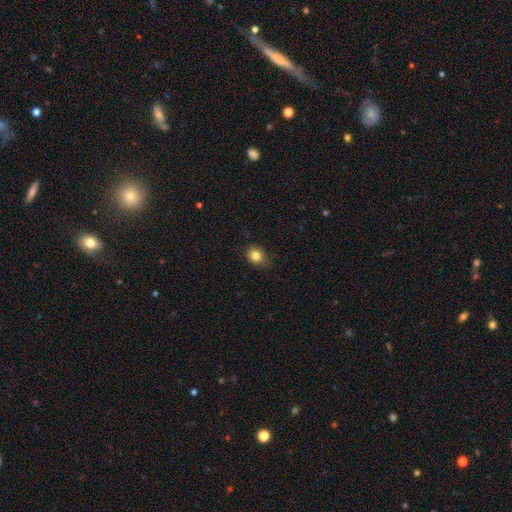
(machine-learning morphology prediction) Smooth or featured? smooth (83%)
How rounded? round (59%)
Merging? none (82%)